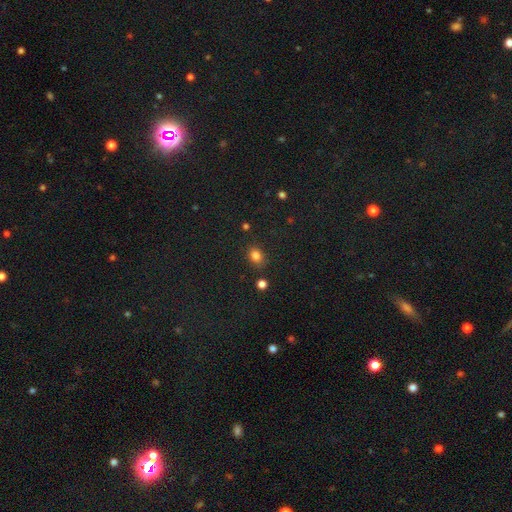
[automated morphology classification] Overall: smooth (81%). How rounded: in between (50%; round 49%). Merging: none (80%).